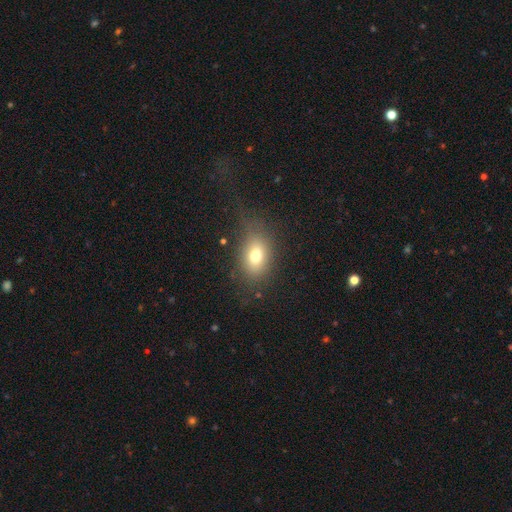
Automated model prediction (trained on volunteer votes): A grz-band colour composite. It shows a smooth galaxy with no disk features (74%) that is in between round and cigar-shaped (76%). Merging: none (68%).